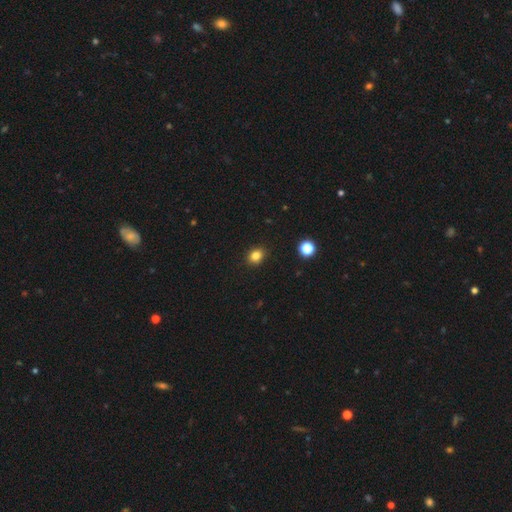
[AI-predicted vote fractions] Overall: smooth (83%). How rounded: round (59%; in between 40%). Merging: none (90%).